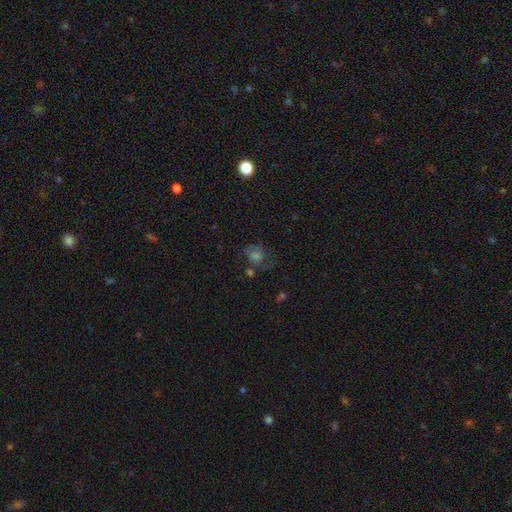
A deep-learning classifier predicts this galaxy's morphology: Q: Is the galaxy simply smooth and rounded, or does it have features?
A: smooth — 43%.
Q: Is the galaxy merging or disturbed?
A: none — 54%.